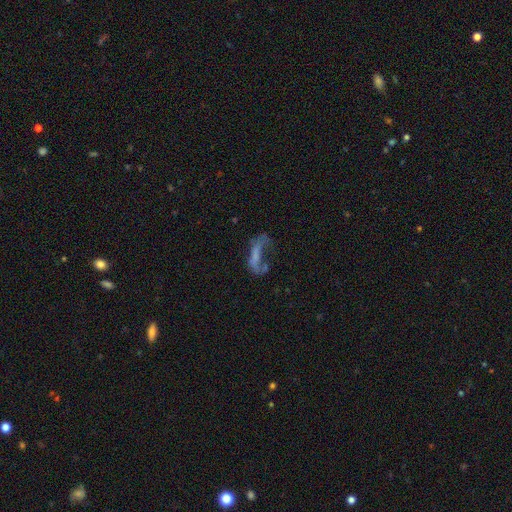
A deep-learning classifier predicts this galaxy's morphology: This appears to be a featured or disk galaxy (47%). Merging: major disturbance (49%).